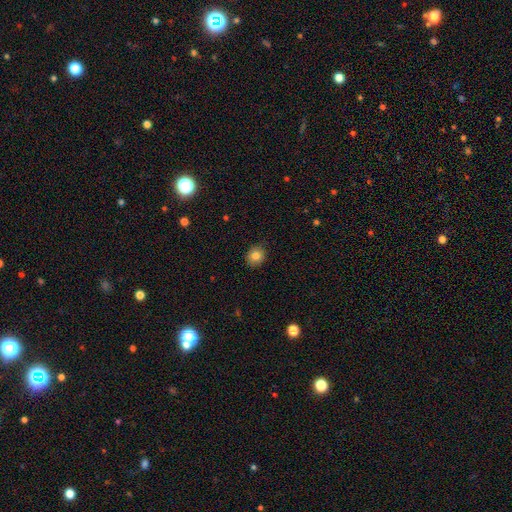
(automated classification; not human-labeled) A smooth galaxy with no disk features (83%) that is round (70%).

Vote fractions:
- Smooth or featured? smooth: 83% / star or artifact: 10% / featured or disk: 7%
- How rounded? round: 70% / in between: 29% / cigar-shaped: 1%
- Merging? none: 88% / minor disturbance: 9% / major disturbance: 2% / merger: 1%